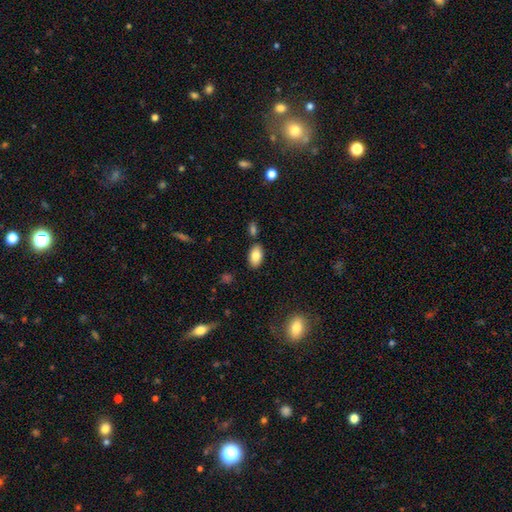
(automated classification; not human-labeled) Morphology: type=smooth (84%); roundness=in between (93%); merging=none (81%).